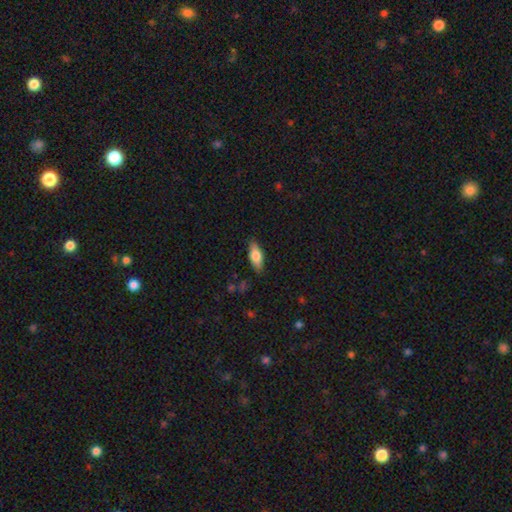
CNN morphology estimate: A smooth galaxy with no disk features (72%) that is in between round and cigar-shaped (77%).

Vote fractions:
- Smooth or featured? smooth: 72% / featured or disk: 22% / star or artifact: 6%
- How rounded? in between: 77% / cigar-shaped: 20% / round: 3%
- Merging? none: 86% / minor disturbance: 11% / major disturbance: 2% / merger: 1%